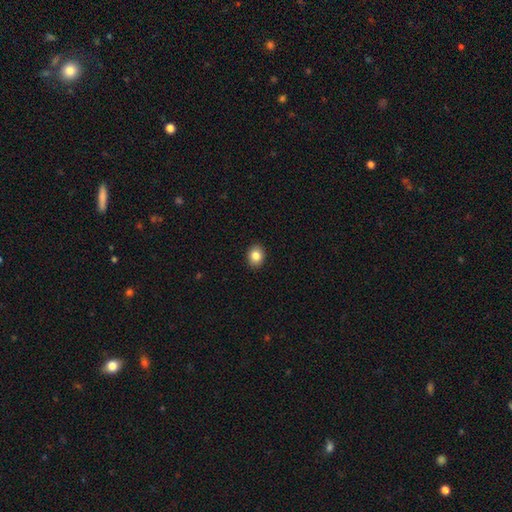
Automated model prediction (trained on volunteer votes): The model was most divided on "how rounded" (2-way tie): in between: 50%, round: 50%, cigar-shaped: 1%. More confident: merging — none (91%); smooth or featured — smooth (85%).